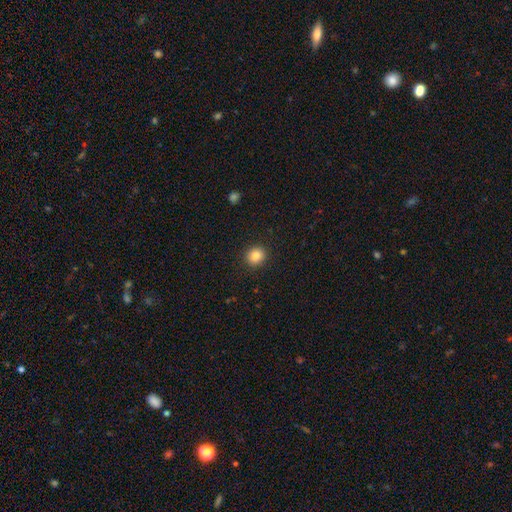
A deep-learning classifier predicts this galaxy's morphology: Smooth or featured?
  - smooth: 83% *
  - star or artifact: 10%
  - featured or disk: 6%
How rounded?
  - round: 86% *
  - in between: 13%
  - cigar-shaped: 1%
Merging?
  - none: 91% *
  - minor disturbance: 6%
  - major disturbance: 2%
  - merger: 1%